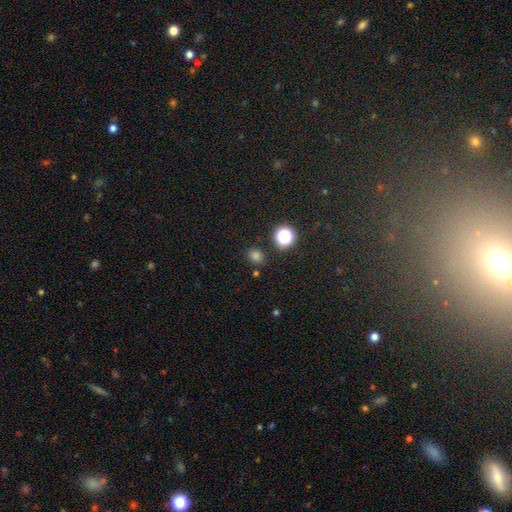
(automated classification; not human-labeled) This is likely a smooth galaxy (72%). How rounded: likely round (72%). Merging: clearly none (84%).